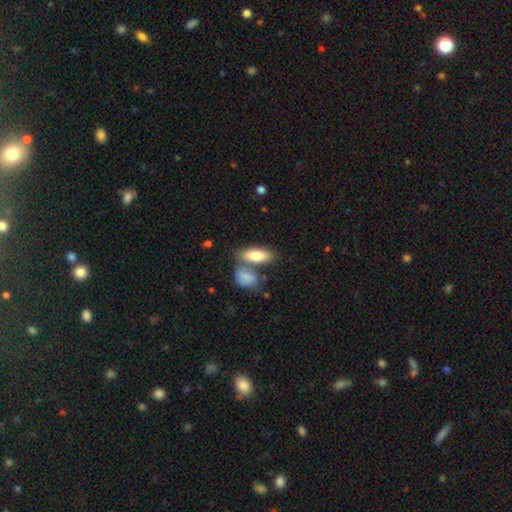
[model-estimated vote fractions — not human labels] This is likely a smooth galaxy (80%). How rounded: clearly in between (80%). Merging: possibly none (48%).